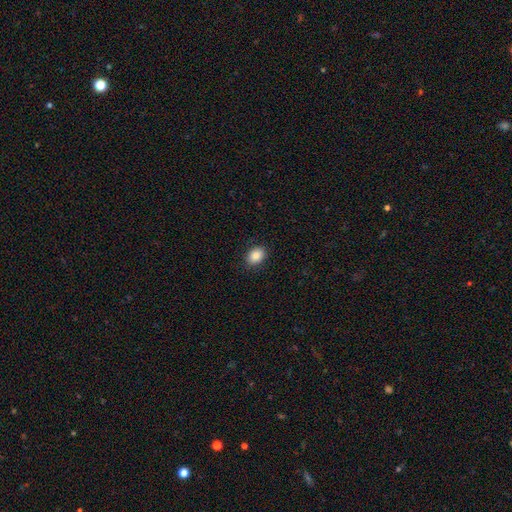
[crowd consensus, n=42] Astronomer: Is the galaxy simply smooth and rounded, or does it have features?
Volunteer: smooth — 79%.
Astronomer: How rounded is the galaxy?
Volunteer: in between — 70%.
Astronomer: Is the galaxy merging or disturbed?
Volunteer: none — 97%.